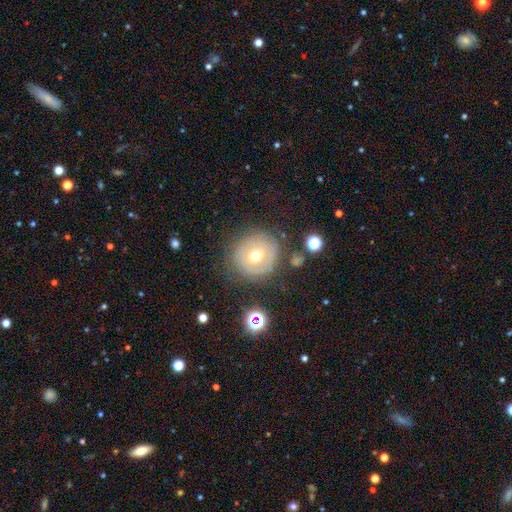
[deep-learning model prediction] Morphology: type=smooth (49%); merging=none (76%).